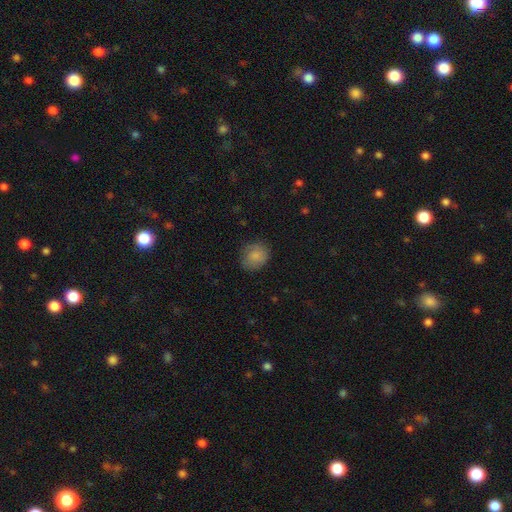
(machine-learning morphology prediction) Smooth or featured: smooth — 84% (featured or disk — 8%)
How rounded: round — 72% (in between — 27%)
Merging: none — 78% (minor disturbance — 16%)